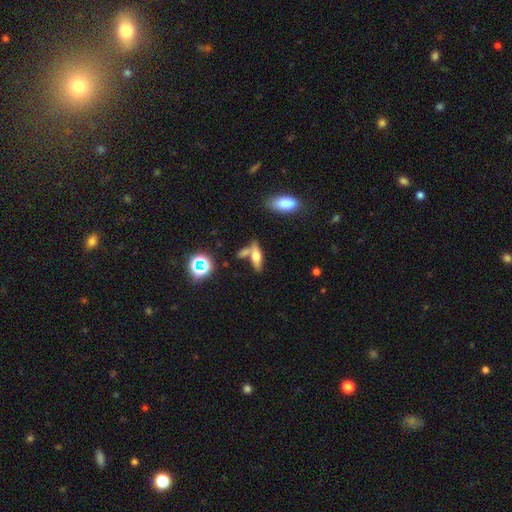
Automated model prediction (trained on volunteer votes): Smooth or featured?
  - smooth: 55% *
  - featured or disk: 32%
  - star or artifact: 12%
How rounded?
  - in between: 49% *
  - cigar-shaped: 46%
  - round: 5%
Merging?
  - none: 52% *
  - merger: 29%
  - minor disturbance: 13%
  - major disturbance: 6%